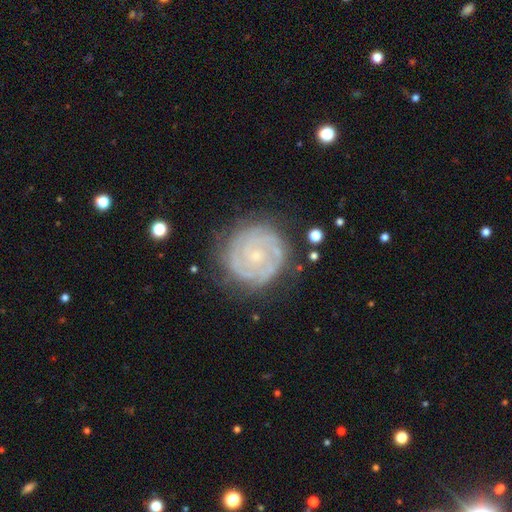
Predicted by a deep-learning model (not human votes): Smooth or featured? featured or disk (83%)
Edge-on disk? no (98%)
Bar? no (77%)
Spiral arms? yes (95%)
Spiral winding? tight (80%)
Spiral arm count? 2 (40%)
Bulge size? small (78%)
Merging? none (79%)